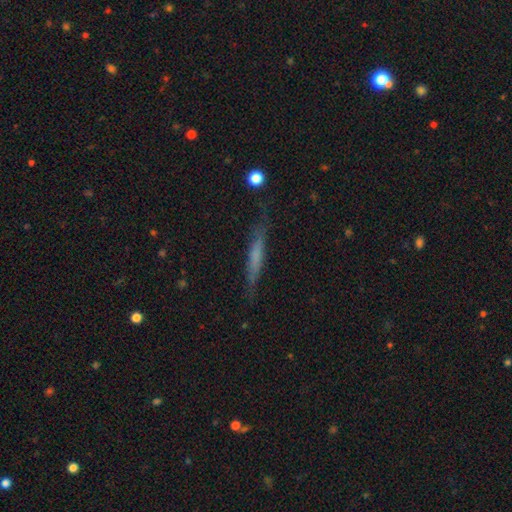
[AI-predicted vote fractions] smooth 51%, featured or disk 42%, star or artifact 8%. Down the decision tree: how rounded — cigar-shaped (92%); merging — none (78%).